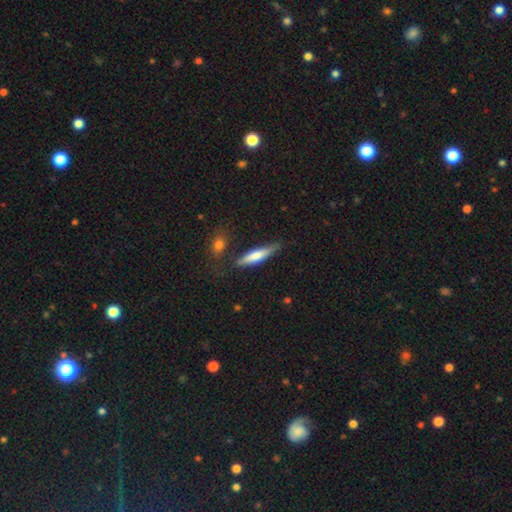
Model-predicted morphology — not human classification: Smooth or featured? Predicted: smooth (p=0.63). How rounded? Predicted: cigar-shaped (p=0.78). Merging? Predicted: none (p=0.69).